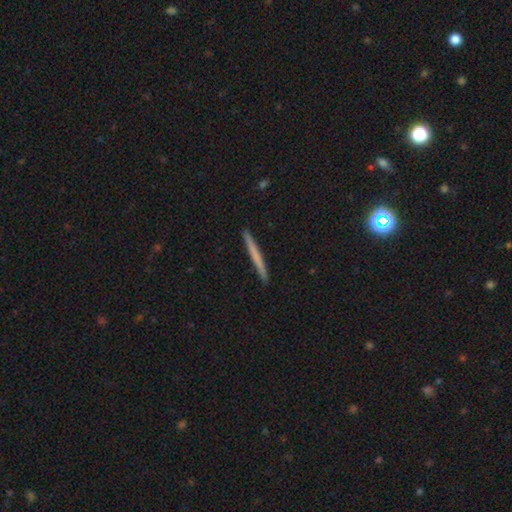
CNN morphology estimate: smooth 57%, featured or disk 37%, star or artifact 6%. Down the decision tree: how rounded — cigar-shaped (97%); merging — none (92%).